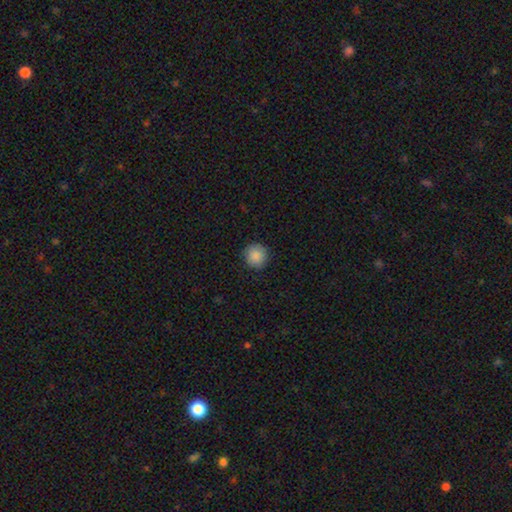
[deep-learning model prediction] This appears to be a smooth galaxy with no disk features (88%) that is round (94%). Merging: none (90%).